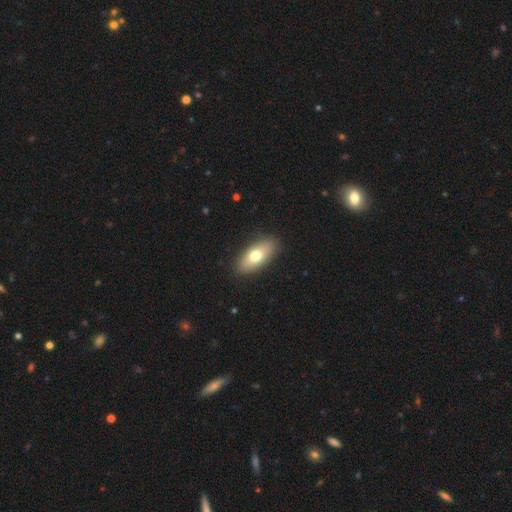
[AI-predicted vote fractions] Smooth or featured? Predicted: smooth (p=0.71). How rounded? Predicted: in between (p=0.83). Merging? Predicted: none (p=0.89).